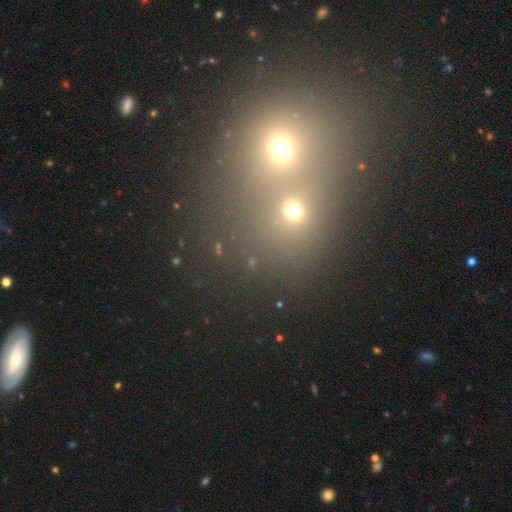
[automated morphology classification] Smooth or featured? smooth (44%)
Merging? merger (53%)